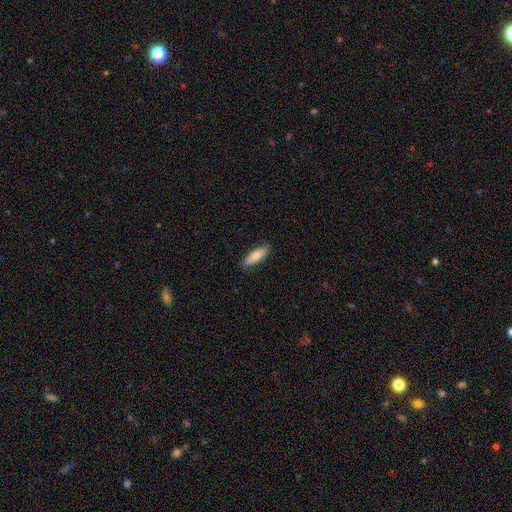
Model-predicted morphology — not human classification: The model was most divided on "how rounded": in between: 55%, cigar-shaped: 44%, round: 2%. More confident: merging — none (86%); smooth or featured — smooth (75%).